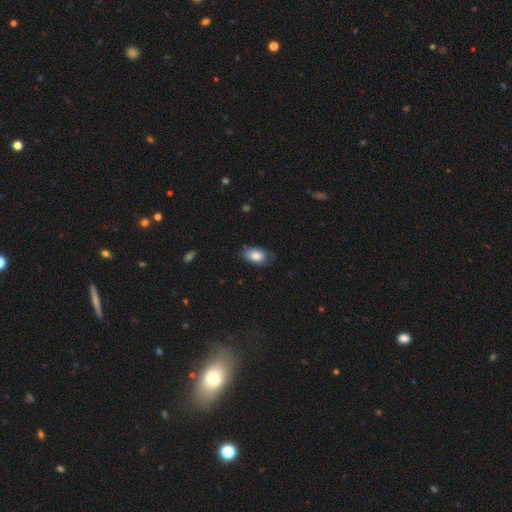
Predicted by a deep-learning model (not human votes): Q: Smooth or featured?
A: smooth (80%); runner-up: featured or disk (13%)
Q: How rounded?
A: in between (90%); runner-up: round (8%)
Q: Merging?
A: none (67%); runner-up: minor disturbance (26%)